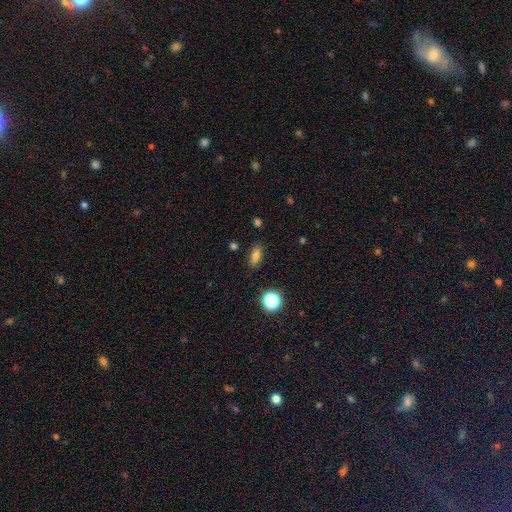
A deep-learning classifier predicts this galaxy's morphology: smooth 77%, star or artifact 15%, featured or disk 9%. Down the decision tree: how rounded — in between (77%); merging — none (83%).